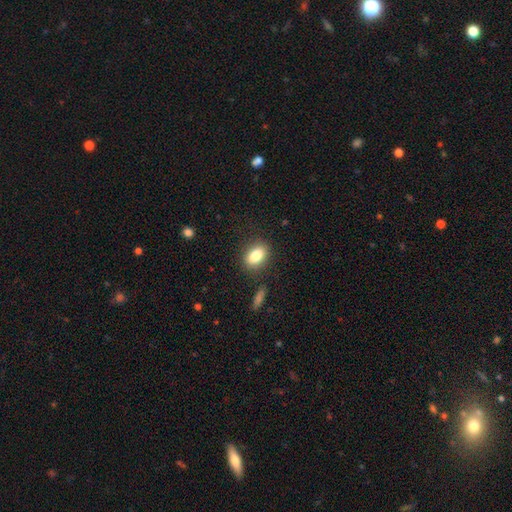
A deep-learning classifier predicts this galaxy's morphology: smooth 83%, featured or disk 9%, star or artifact 9%. Down the decision tree: how rounded — in between (81%); merging — none (84%).